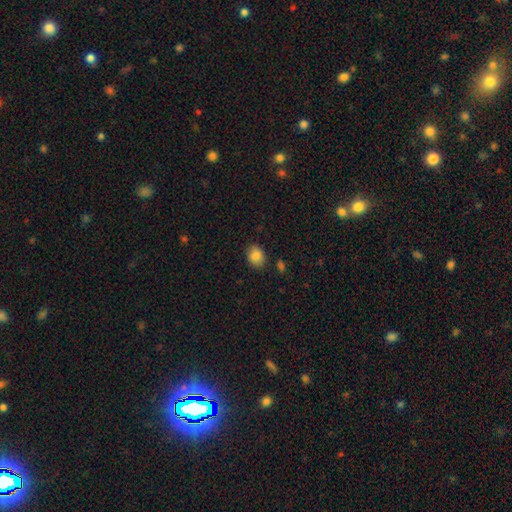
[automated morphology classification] type=smooth (85%); roundness=in between (55%); merging=none (84%).